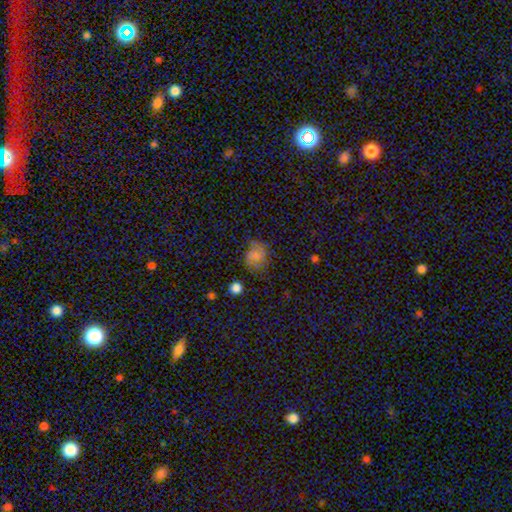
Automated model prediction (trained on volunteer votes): Overall: smooth (55%; featured or disk 28%). How rounded: round (67%; in between 32%). Merging: none (68%).